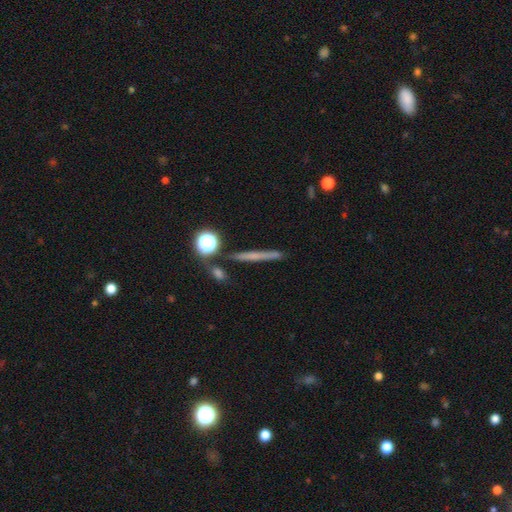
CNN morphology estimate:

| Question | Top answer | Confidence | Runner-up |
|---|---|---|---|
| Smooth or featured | smooth | 48% | featured or disk (39%) |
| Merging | none | 84% | minor disturbance (8%) |